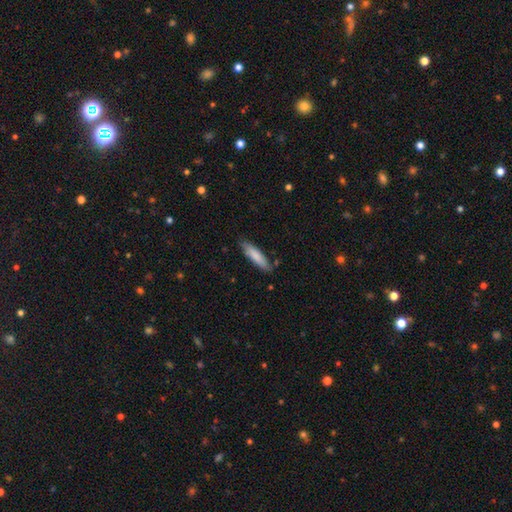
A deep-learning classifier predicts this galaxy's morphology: This is clearly a smooth galaxy (81%). How rounded: likely cigar-shaped (72%). Merging: clearly none (81%).